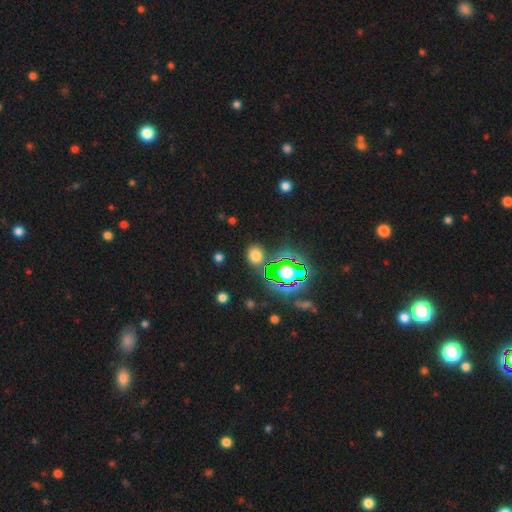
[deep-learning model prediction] smooth_or_featured: smooth (p=0.64) [alt: star or artifact p=0.29]
how_rounded: round (p=0.61) [alt: in between p=0.38]
merging: none (p=0.84) [alt: minor disturbance p=0.09]